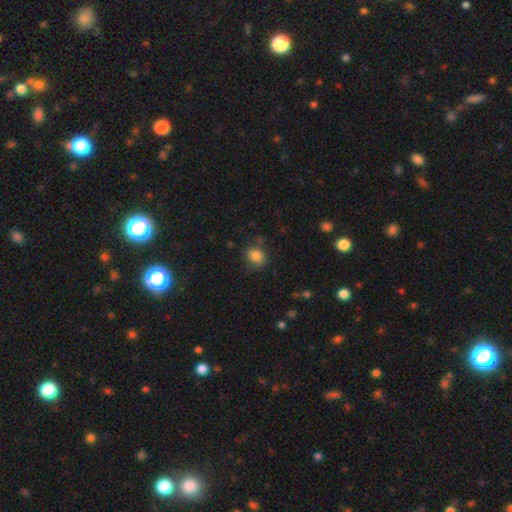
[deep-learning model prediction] A smooth galaxy with no disk features (84%) that is round (56%).

Vote fractions:
- Smooth or featured? smooth: 84% / star or artifact: 10% / featured or disk: 6%
- How rounded? round: 56% / in between: 43% / cigar-shaped: 1%
- Merging? none: 76% / minor disturbance: 16% / major disturbance: 5% / merger: 3%